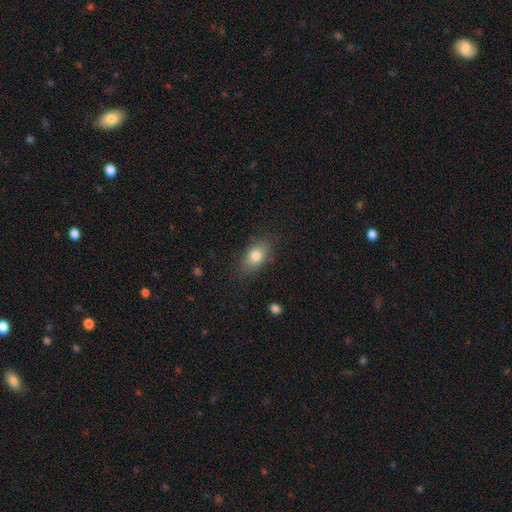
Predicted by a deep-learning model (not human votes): The model was most divided on "merging": none: 80%, minor disturbance: 14%, major disturbance: 4%, merger: 1%. More confident: how rounded — in between (83%); smooth or featured — smooth (80%).